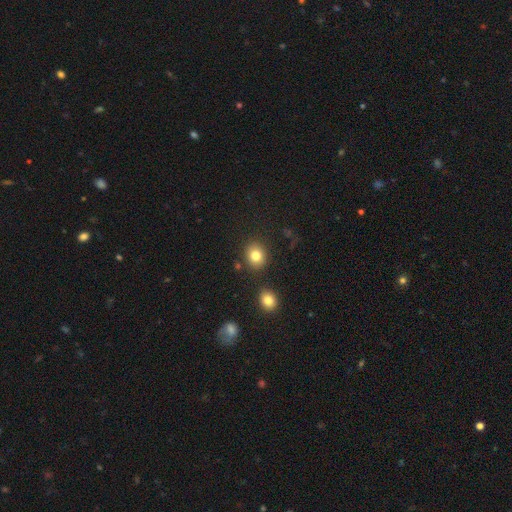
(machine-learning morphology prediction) This is clearly a smooth galaxy (81%). How rounded: likely round (72%). Merging: clearly none (83%).